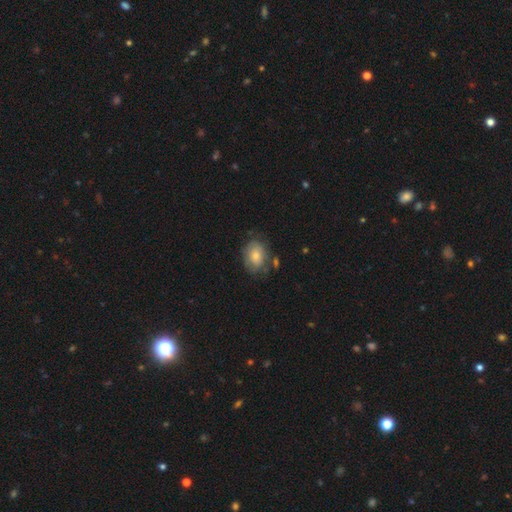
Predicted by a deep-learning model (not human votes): Smooth or featured? smooth (73%)
How rounded? in between (70%)
Merging? none (63%)